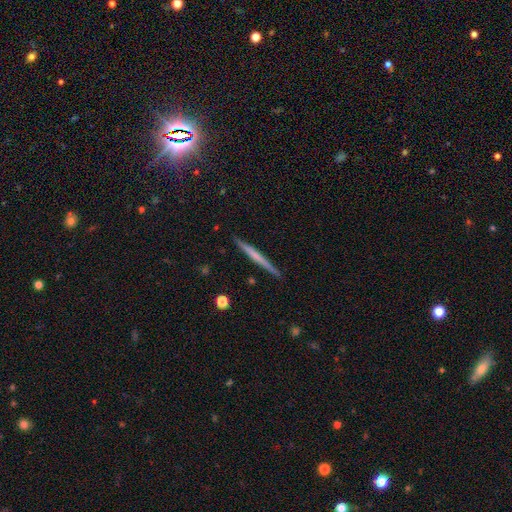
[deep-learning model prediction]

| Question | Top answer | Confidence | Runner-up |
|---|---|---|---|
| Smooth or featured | featured or disk | 49% | smooth (46%) |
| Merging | none | 91% | minor disturbance (7%) |